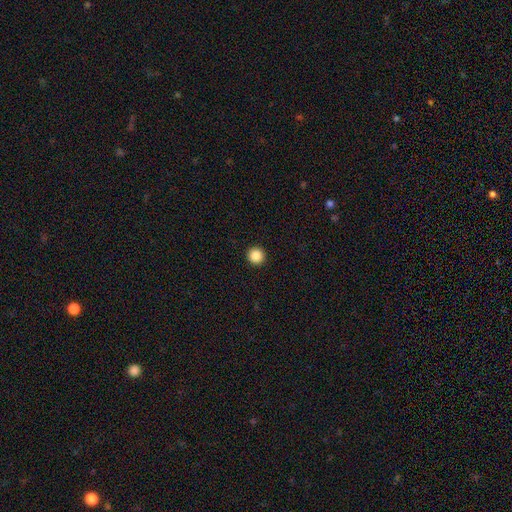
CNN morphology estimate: Q: Smooth or featured?
A: smooth (88%); runner-up: star or artifact (10%)
Q: How rounded?
A: round (96%); runner-up: in between (3%)
Q: Merging?
A: none (94%); runner-up: minor disturbance (4%)